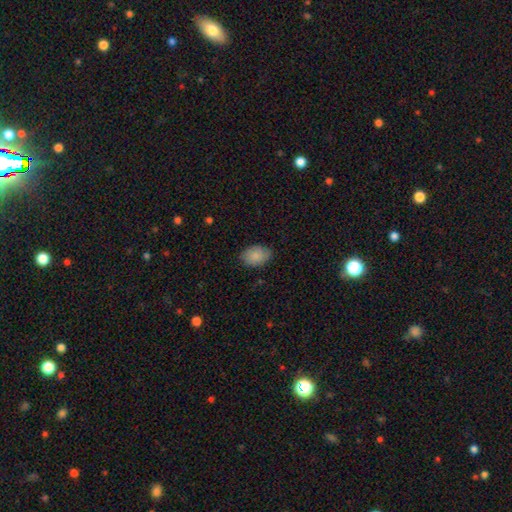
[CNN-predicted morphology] This appears to be a smooth galaxy with no disk features (86%) that is in between round and cigar-shaped (84%). Merging: none (82%).